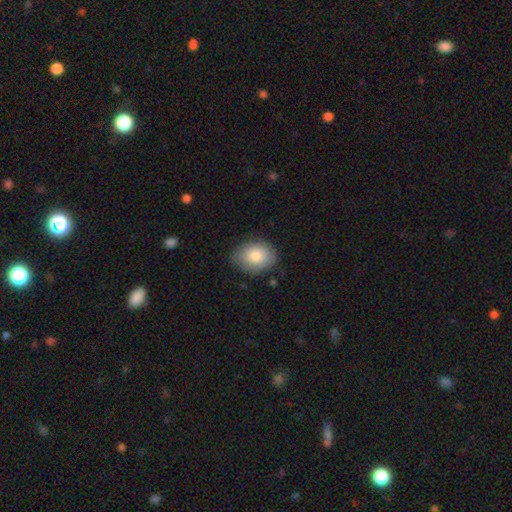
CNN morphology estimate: This appears to be a smooth galaxy with no disk features (82%) that is in between round and cigar-shaped (72%). Merging: none (79%).